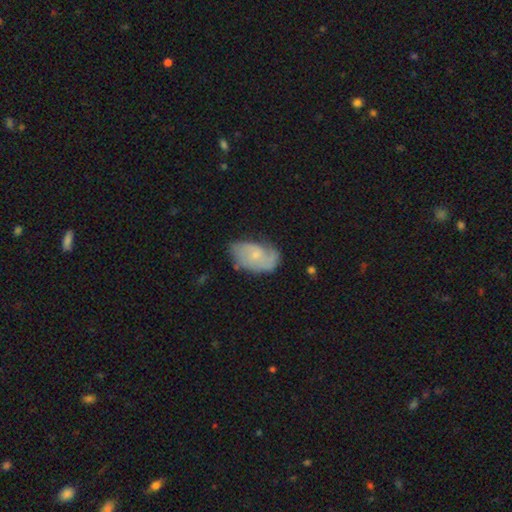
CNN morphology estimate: smooth_or_featured: featured or disk (p=0.60) [alt: smooth p=0.34]
disk_edge_on: no (p=0.96) [alt: yes p=0.04]
bar: no (p=0.75) [alt: weak p=0.22]
has_spiral_arms: yes (p=0.82) [alt: no p=0.18]
bulge_size: small (p=0.69) [alt: moderate p=0.25]
merging: none (p=0.54) [alt: minor disturbance p=0.31]